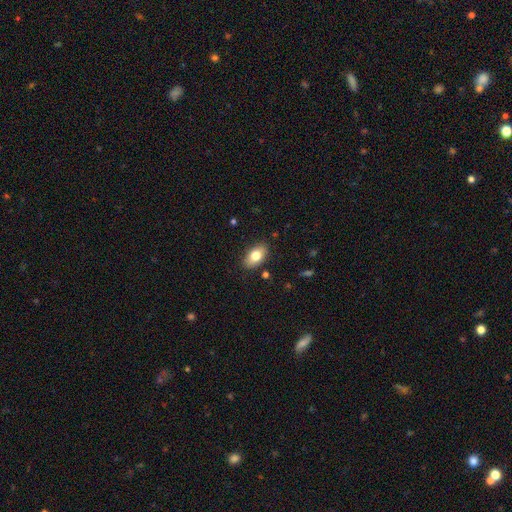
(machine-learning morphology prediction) Overall: smooth (77%). How rounded: in between (91%). Merging: none (86%).